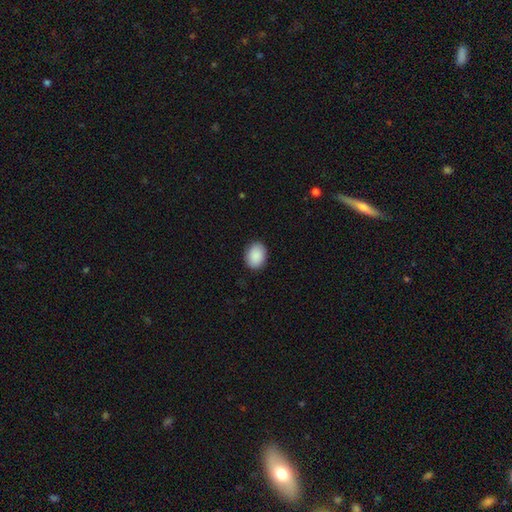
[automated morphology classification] Smooth or featured?
  - smooth: 91% *
  - star or artifact: 7%
  - featured or disk: 3%
How rounded?
  - in between: 68% *
  - round: 31%
  - cigar-shaped: 1%
Merging?
  - none: 89% *
  - minor disturbance: 8%
  - major disturbance: 2%
  - merger: 1%